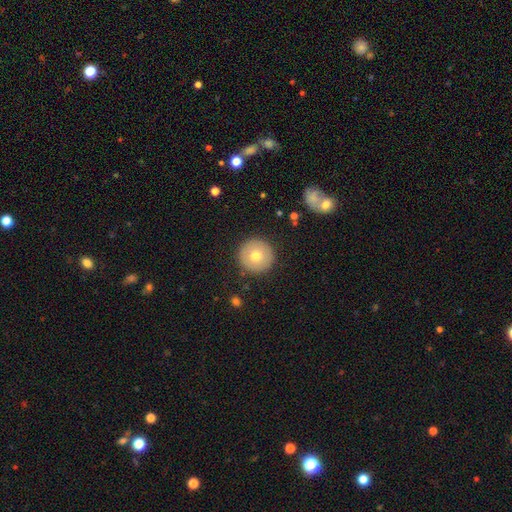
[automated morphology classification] Smooth or featured: smooth — 72% (featured or disk — 20%)
How rounded: round — 96% (in between — 3%)
Merging: none — 92% (minor disturbance — 5%)